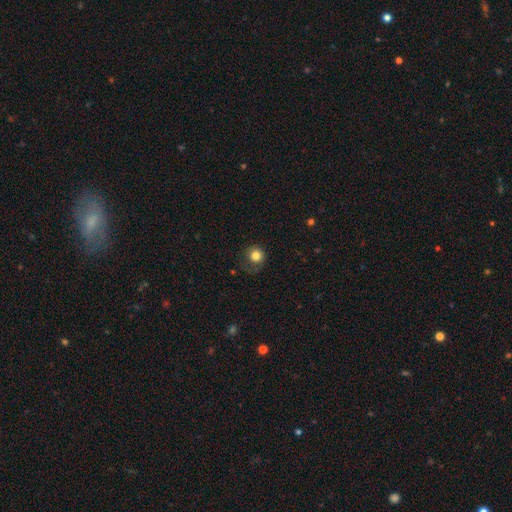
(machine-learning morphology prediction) The model was most divided on "merging": none: 63%, minor disturbance: 21%, major disturbance: 14%, merger: 2%. More confident: how rounded — round (88%); smooth or featured — smooth (81%).